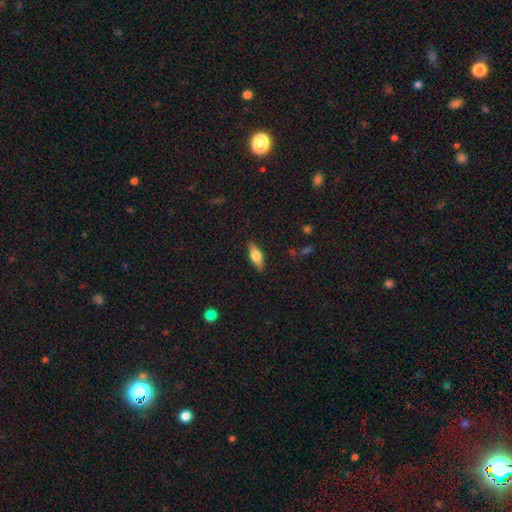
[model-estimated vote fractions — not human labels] smooth_or_featured: smooth (p=0.65) [alt: featured or disk p=0.28]
how_rounded: in between (p=0.69) [alt: cigar-shaped p=0.27]
merging: none (p=0.86) [alt: minor disturbance p=0.10]